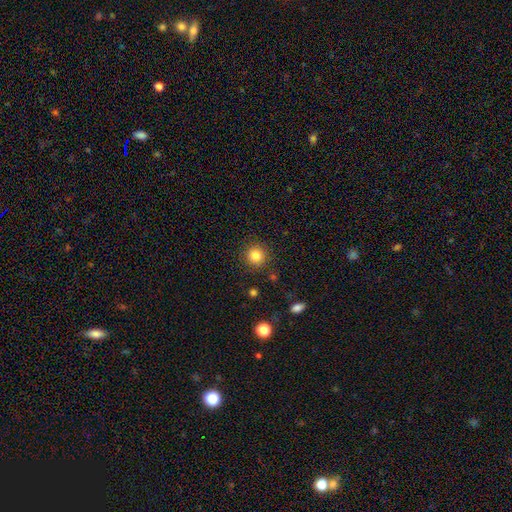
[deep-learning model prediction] Smooth or featured?
  - smooth: 83% *
  - star or artifact: 11%
  - featured or disk: 6%
How rounded?
  - round: 93% *
  - in between: 6%
  - cigar-shaped: 1%
Merging?
  - none: 89% *
  - minor disturbance: 7%
  - major disturbance: 3%
  - merger: 2%